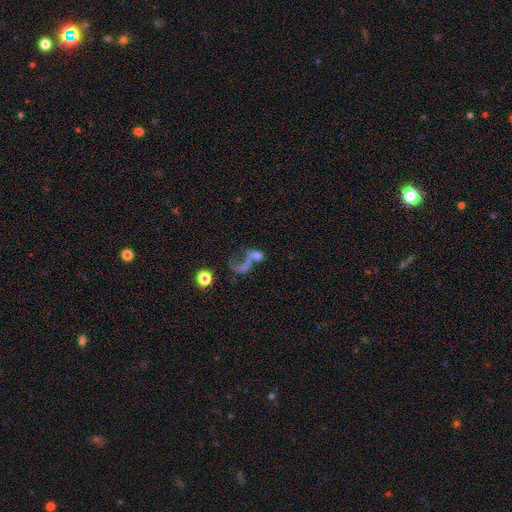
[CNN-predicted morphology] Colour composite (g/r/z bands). It shows a smooth galaxy with no disk features (47%). Merging: merger (46%).